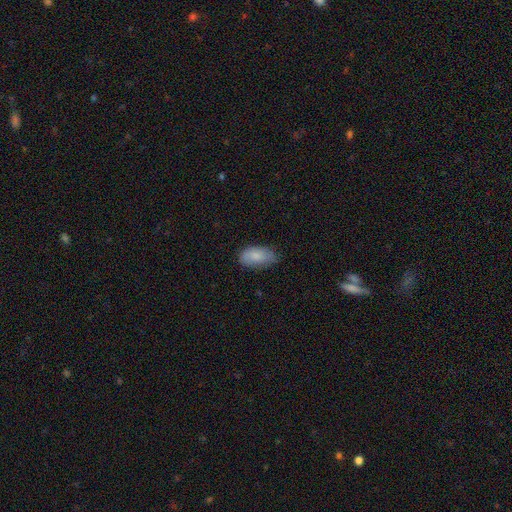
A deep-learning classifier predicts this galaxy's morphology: smooth-or-featured: smooth: 83% | featured or disk: 11% | star or artifact: 7%
  how-rounded: in between: 93% | cigar-shaped: 4% | round: 3%
  merging: none: 64% | minor disturbance: 30% | major disturbance: 5% | merger: 1%